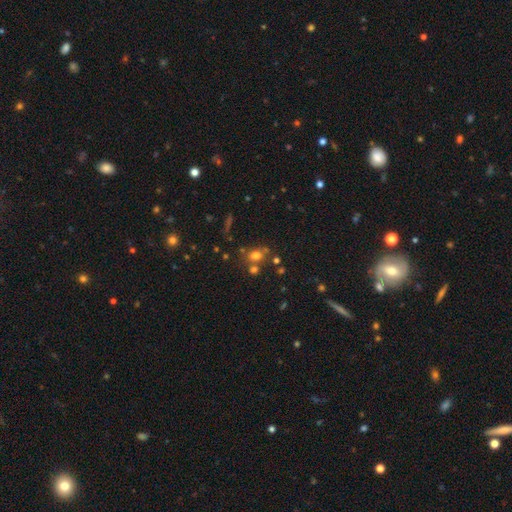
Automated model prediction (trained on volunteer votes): Smooth or featured? smooth (68%)
How rounded? round (50%)
Merging? none (58%)